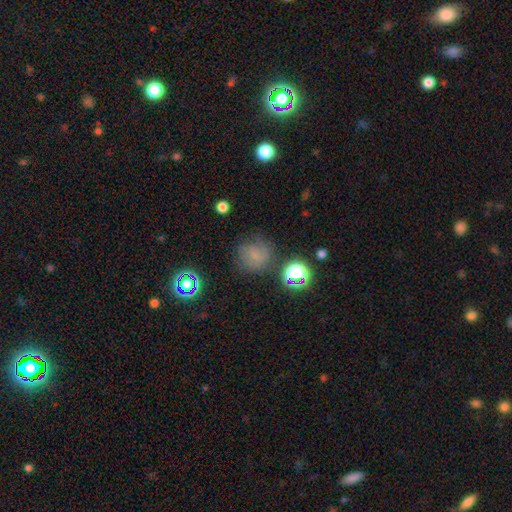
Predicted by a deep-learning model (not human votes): This appears to be a smooth galaxy with no disk features (61%) that is round (87%). Merging: none (66%).